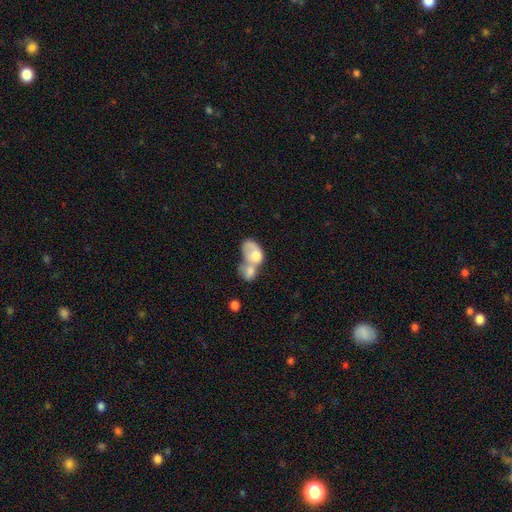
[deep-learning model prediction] Overall: smooth (64%; featured or disk 29%). How rounded: in between (75%). Merging: merger (79%).